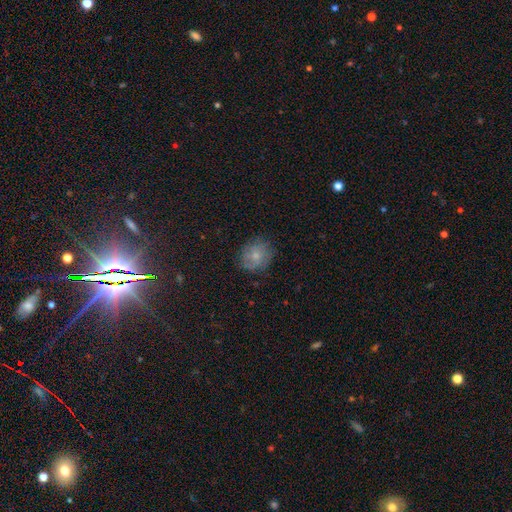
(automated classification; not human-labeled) Morphology: type=smooth (59%); roundness=round (70%); merging=none (76%).